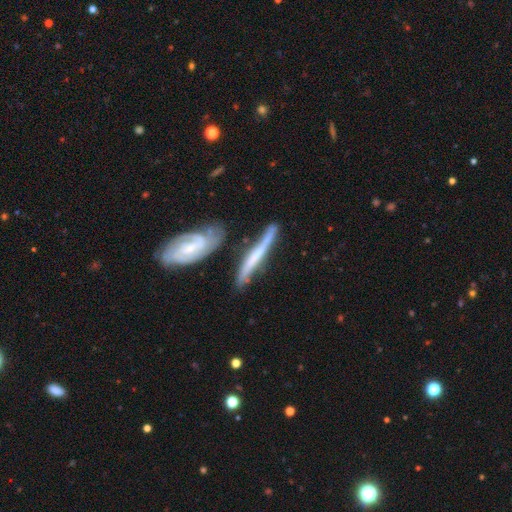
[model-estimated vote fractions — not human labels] Smooth or featured? featured or disk (67%)
Edge-on disk? yes (74%)
Merging? none (60%)